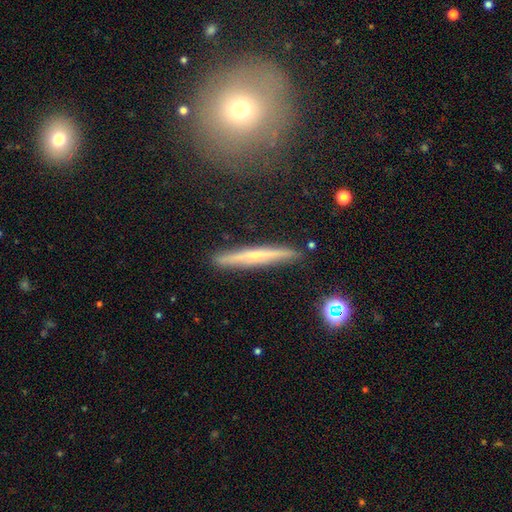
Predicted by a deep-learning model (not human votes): featured or disk 58%, smooth 34%, star or artifact 7%. Down the decision tree: edge-on disk — yes (96%); edge-on bulge — rounded (54%); merging — none (90%).